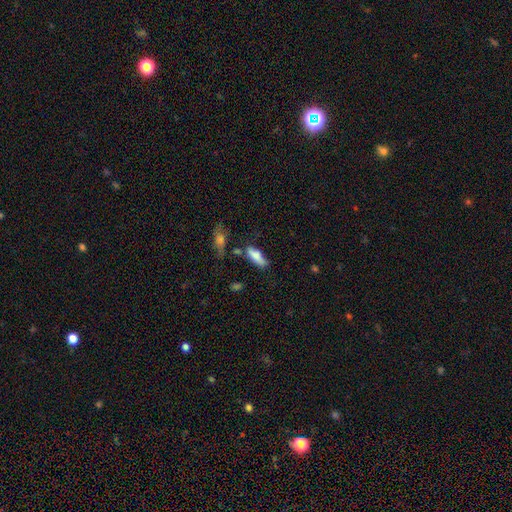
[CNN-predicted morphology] Smooth or featured: smooth — 77% (featured or disk — 15%)
How rounded: in between — 61% (cigar-shaped — 36%)
Merging: none — 52% (minor disturbance — 28%)